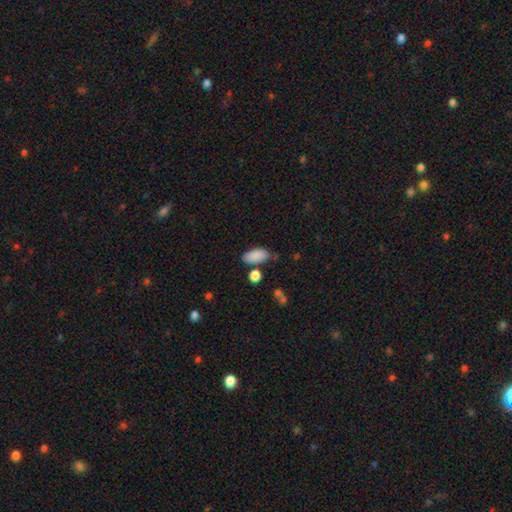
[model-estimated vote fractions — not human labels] The model was most divided on "merging": none: 71%, minor disturbance: 16%, merger: 9%, major disturbance: 4%. More confident: how rounded — in between (91%); smooth or featured — smooth (88%).